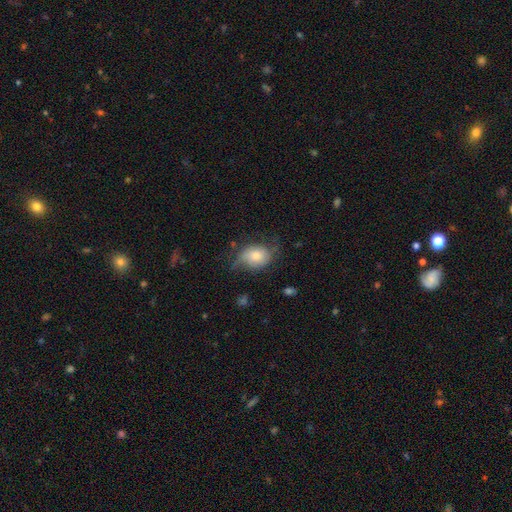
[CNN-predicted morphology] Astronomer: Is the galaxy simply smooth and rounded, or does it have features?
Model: smooth — 61%.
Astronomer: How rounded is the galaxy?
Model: in between — 55% (runner-up: round, 44%).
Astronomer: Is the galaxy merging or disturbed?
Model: none — 46% (runner-up: minor disturbance, 33%).